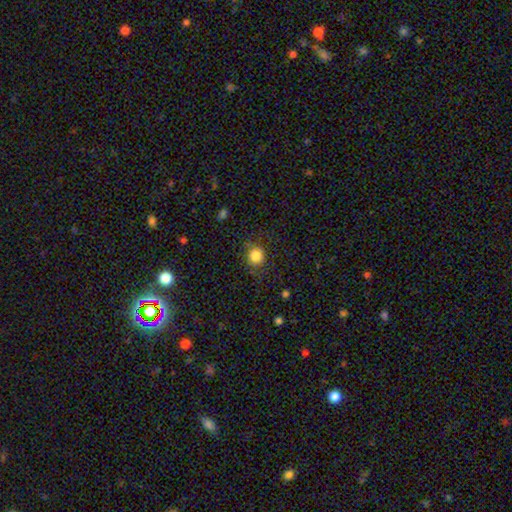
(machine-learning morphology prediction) smooth-or-featured: smooth: 84% | star or artifact: 11% | featured or disk: 5%
  how-rounded: round: 87% | in between: 12% | cigar-shaped: 1%
  merging: none: 82% | minor disturbance: 12% | major disturbance: 4% | merger: 2%